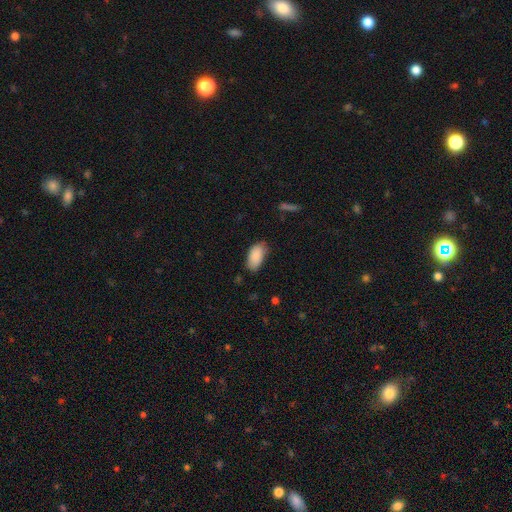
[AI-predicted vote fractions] smooth-or-featured: smooth: 89% | star or artifact: 7% | featured or disk: 5%
  how-rounded: in between: 94% | cigar-shaped: 4% | round: 3%
  merging: none: 71% | minor disturbance: 23% | major disturbance: 4% | merger: 2%